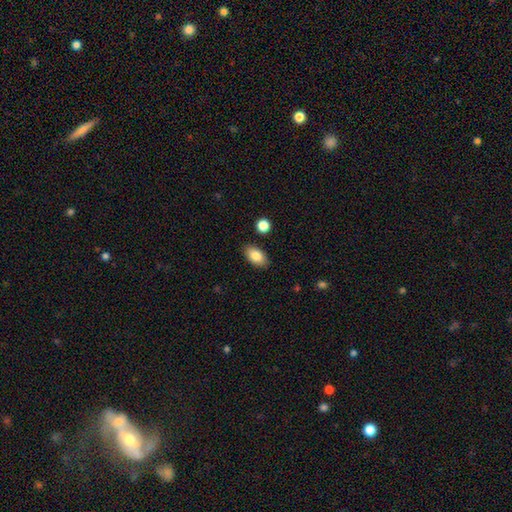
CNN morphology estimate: Smooth or featured: smooth — 85% (featured or disk — 8%)
How rounded: in between — 92% (round — 5%)
Merging: none — 87% (minor disturbance — 9%)